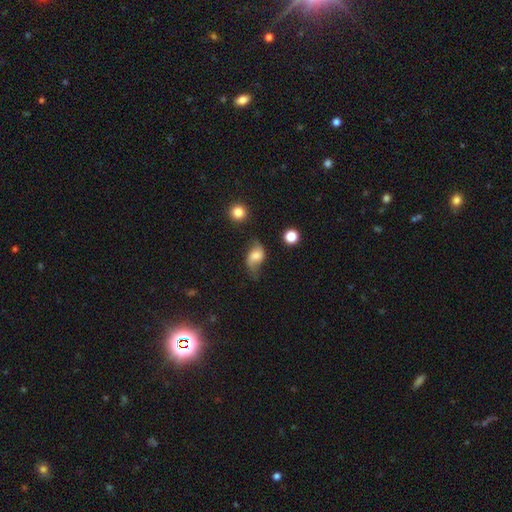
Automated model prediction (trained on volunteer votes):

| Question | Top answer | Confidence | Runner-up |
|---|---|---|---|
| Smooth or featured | featured or disk | 45% | tied: smooth (45%) |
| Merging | none | 51% | minor disturbance (30%) |